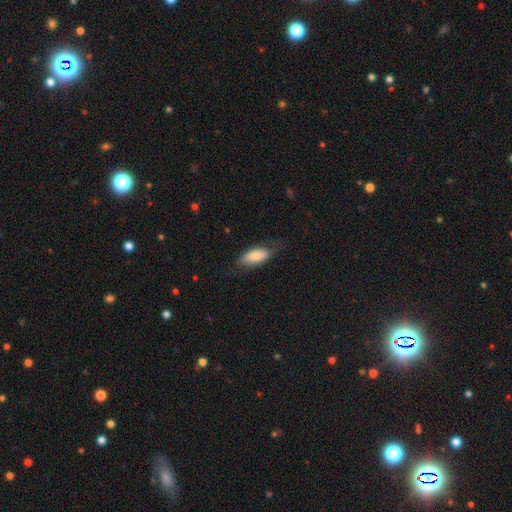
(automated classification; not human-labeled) A smooth galaxy with no disk features (74%) that is in between round and cigar-shaped (81%).

Vote fractions:
- Smooth or featured? smooth: 74% / featured or disk: 20% / star or artifact: 6%
- How rounded? in between: 81% / cigar-shaped: 17% / round: 2%
- Merging? none: 65% / minor disturbance: 24% / major disturbance: 10% / merger: 1%